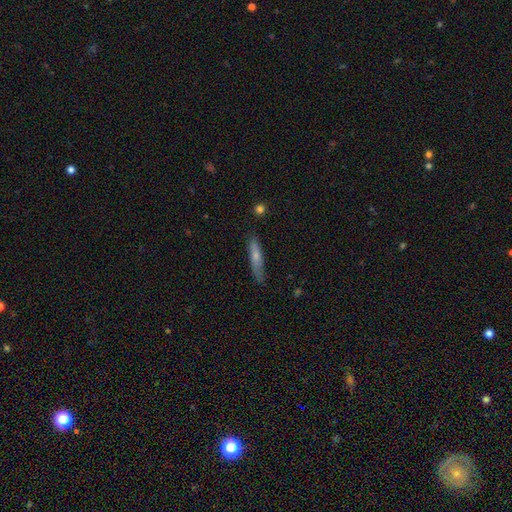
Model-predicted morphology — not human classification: This appears to be a smooth galaxy with no disk features (62%) that is cigar-shaped (84%). Merging: none (71%).